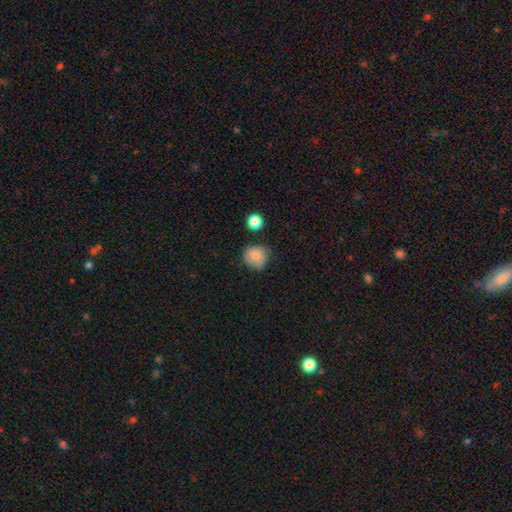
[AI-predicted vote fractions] A smooth galaxy with no disk features (80%) that is round (84%).

Vote fractions:
- Smooth or featured? smooth: 80% / featured or disk: 10% / star or artifact: 10%
- How rounded? round: 84% / in between: 15% / cigar-shaped: 1%
- Merging? none: 68% / minor disturbance: 24% / major disturbance: 5% / merger: 3%